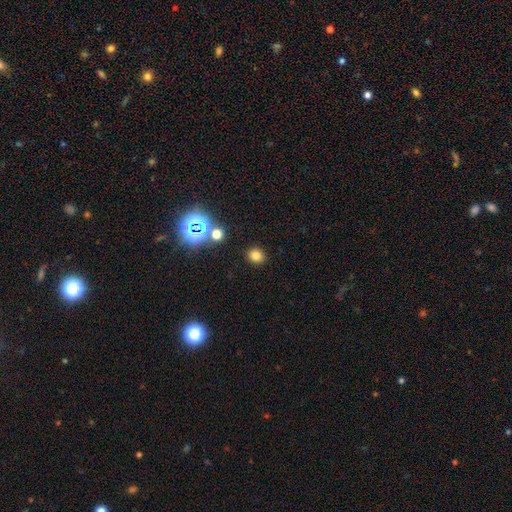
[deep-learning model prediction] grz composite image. It shows a smooth galaxy with no disk features (77%) that is round (69%). Merging: none (88%).